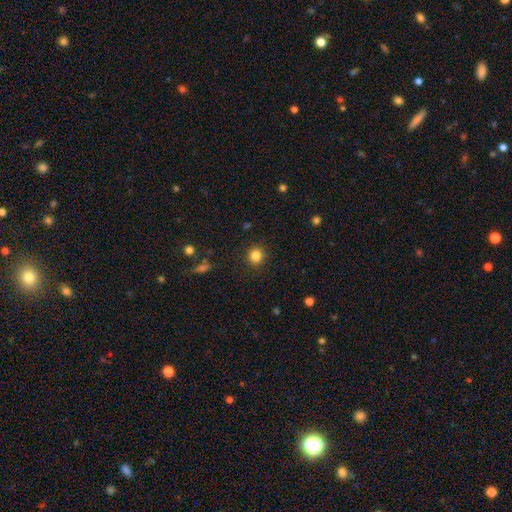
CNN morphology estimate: Q: Smooth or featured?
A: smooth (84%); runner-up: star or artifact (12%)
Q: How rounded?
A: round (92%); runner-up: in between (7%)
Q: Merging?
A: none (90%); runner-up: minor disturbance (6%)